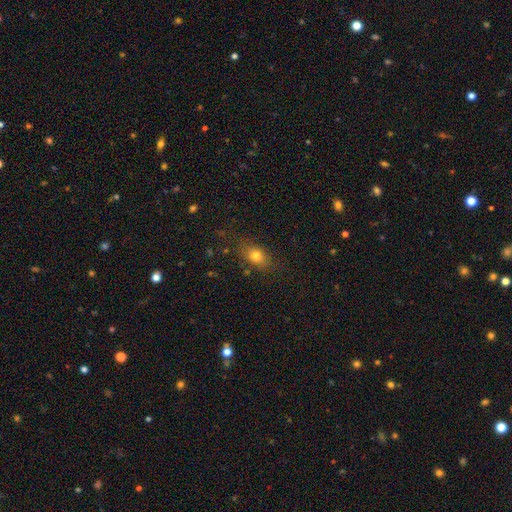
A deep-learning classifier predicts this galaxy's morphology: This is likely a smooth galaxy (77%). How rounded: likely in between (68%). Merging: likely none (75%).